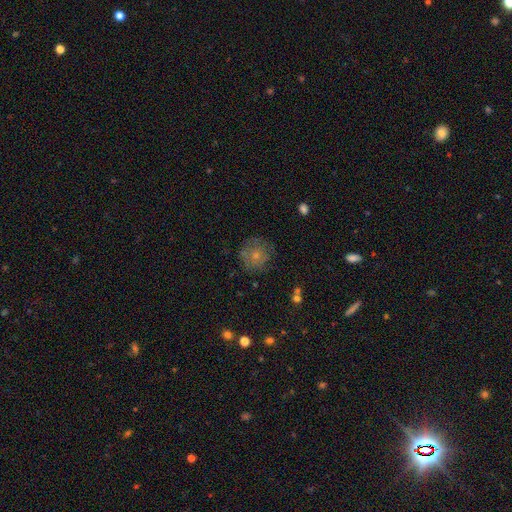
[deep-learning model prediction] Smooth or featured? Predicted: smooth (p=0.61). How rounded? Predicted: round (p=0.91). Merging? Predicted: none (p=0.72).